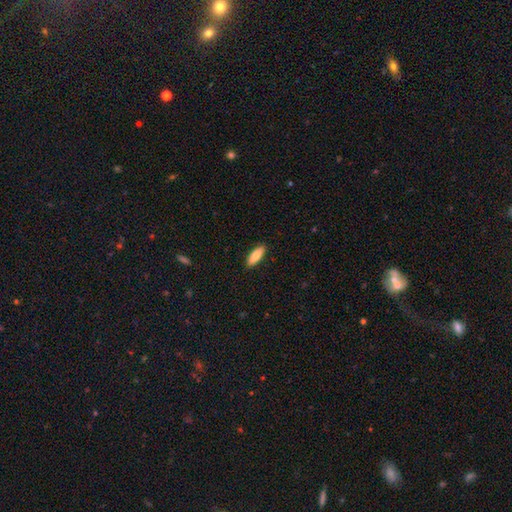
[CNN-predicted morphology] Smooth or featured?
  - smooth: 85% *
  - featured or disk: 10%
  - star or artifact: 6%
How rounded?
  - in between: 63% *
  - cigar-shaped: 36%
  - round: 2%
Merging?
  - none: 90% *
  - minor disturbance: 7%
  - major disturbance: 2%
  - merger: 1%